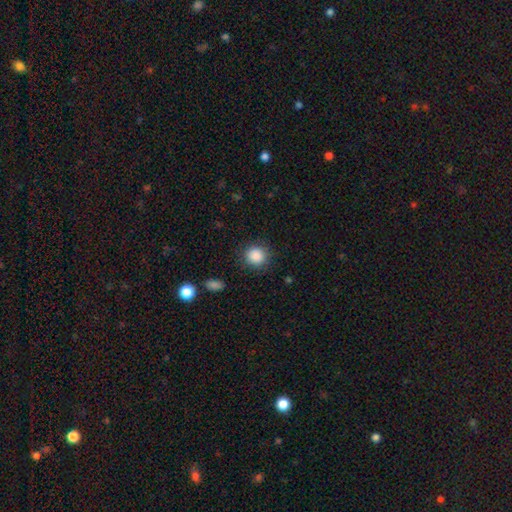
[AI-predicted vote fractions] Smooth or featured: smooth — 88% (star or artifact — 9%)
How rounded: round — 89% (in between — 10%)
Merging: none — 86% (minor disturbance — 9%)